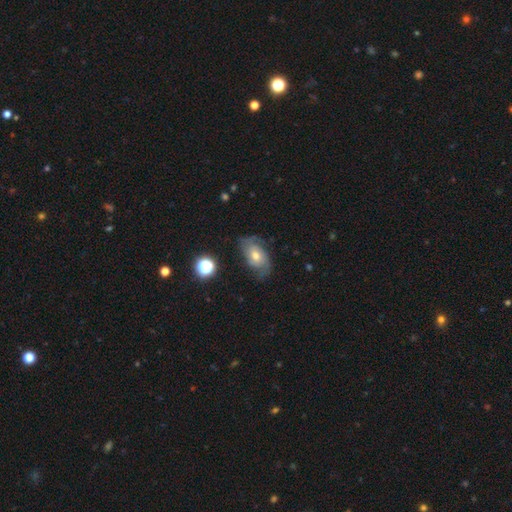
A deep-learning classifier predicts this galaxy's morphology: Smooth or featured? Predicted: featured or disk (p=0.71). Edge-on disk? Predicted: no (p=0.95). Bar? Predicted: no (p=0.72). Spiral arms? Predicted: yes (p=0.91). Spiral winding? Predicted: medium (p=0.42). Spiral arm count? Predicted: 2 (p=0.63). Bulge size? Predicted: moderate (p=0.66). Merging? Predicted: none (p=0.70).